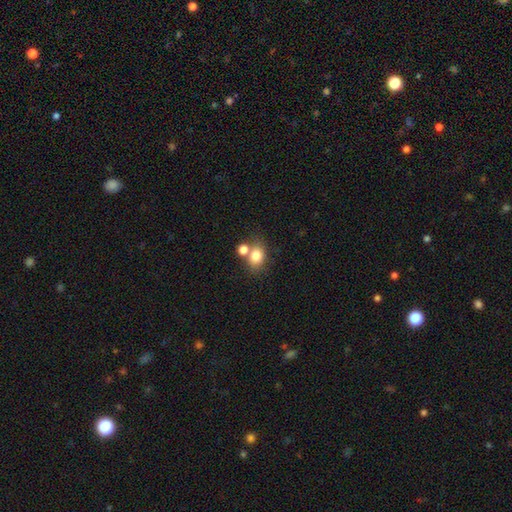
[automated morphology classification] smooth_or_featured: smooth (p=0.79) [alt: star or artifact p=0.11]
how_rounded: round (p=0.49) [tied with: in between p=0.49]
merging: none (p=0.54) [alt: merger p=0.32]